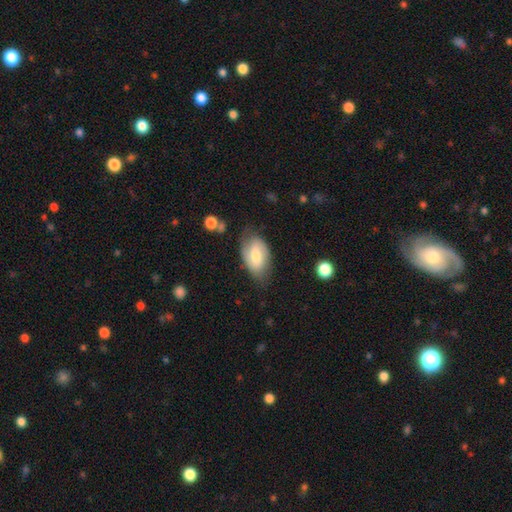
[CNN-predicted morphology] Q: Smooth or featured?
A: smooth (51%); runner-up: featured or disk (42%)
Q: How rounded?
A: in between (92%); runner-up: round (5%)
Q: Merging?
A: none (65%); runner-up: minor disturbance (25%)